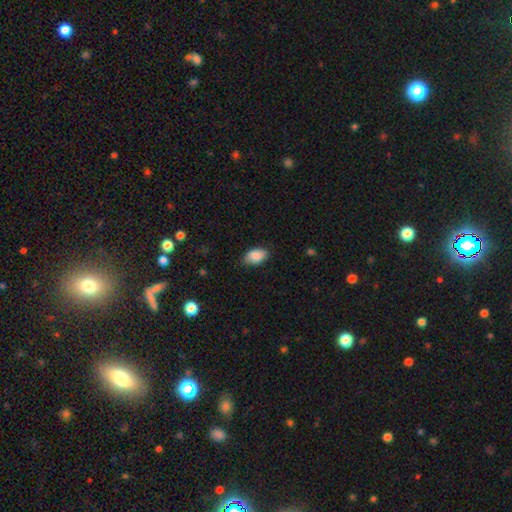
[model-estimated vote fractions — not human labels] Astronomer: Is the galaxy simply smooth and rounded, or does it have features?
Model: smooth — 87%.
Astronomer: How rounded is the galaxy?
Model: in between — 91%.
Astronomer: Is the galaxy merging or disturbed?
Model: none — 79%.